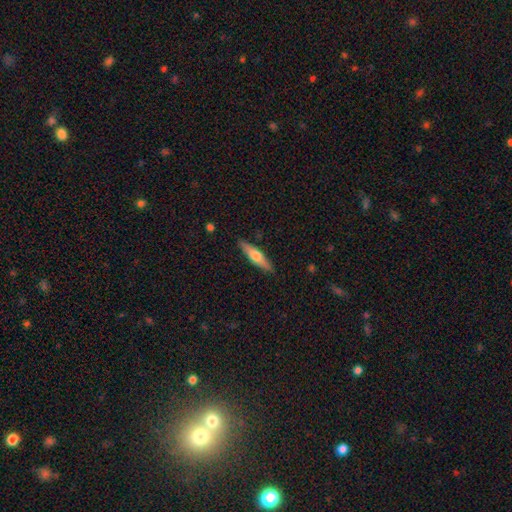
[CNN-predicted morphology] A smooth galaxy with no disk features (50%) that is cigar-shaped (74%).

Vote fractions:
- Smooth or featured? smooth: 50% / featured or disk: 44% / star or artifact: 5%
- How rounded? cigar-shaped: 74% / in between: 24% / round: 2%
- Merging? none: 89% / minor disturbance: 8% / major disturbance: 2% / merger: 1%